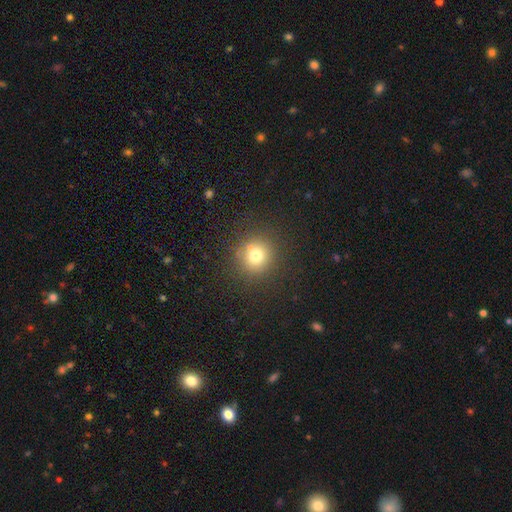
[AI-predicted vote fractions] Smooth or featured?
  - smooth: 74% *
  - star or artifact: 16%
  - featured or disk: 9%
How rounded?
  - round: 92% *
  - in between: 7%
  - cigar-shaped: 1%
Merging?
  - none: 87% *
  - minor disturbance: 8%
  - major disturbance: 4%
  - merger: 2%